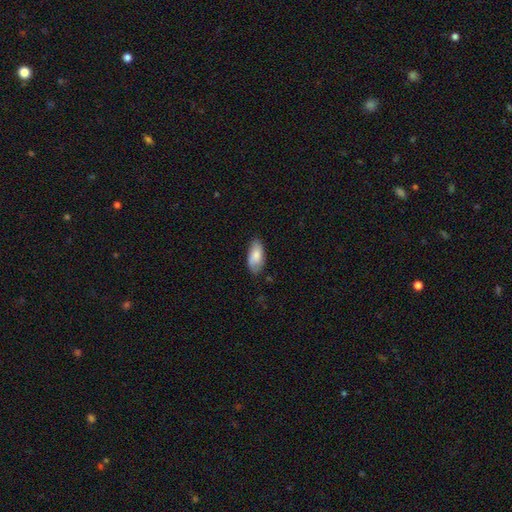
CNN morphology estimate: Smooth or featured: smooth — 78% (featured or disk — 15%)
How rounded: in between — 91% (cigar-shaped — 6%)
Merging: none — 76% (minor disturbance — 20%)